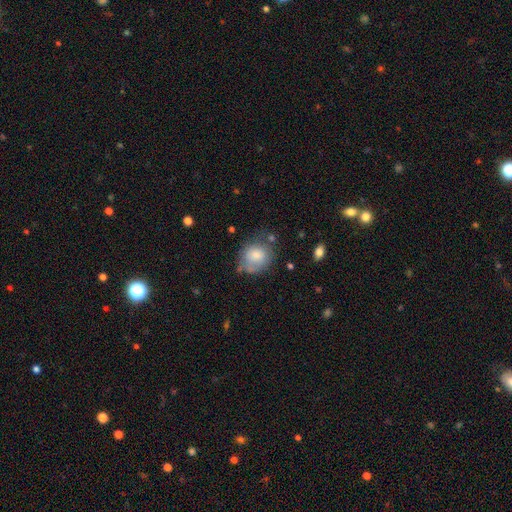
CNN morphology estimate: smooth-or-featured: smooth: 73% | featured or disk: 19% | star or artifact: 8%
  how-rounded: round: 66% | in between: 33% | cigar-shaped: 1%
  merging: none: 50% | minor disturbance: 29% | major disturbance: 13% | merger: 8%